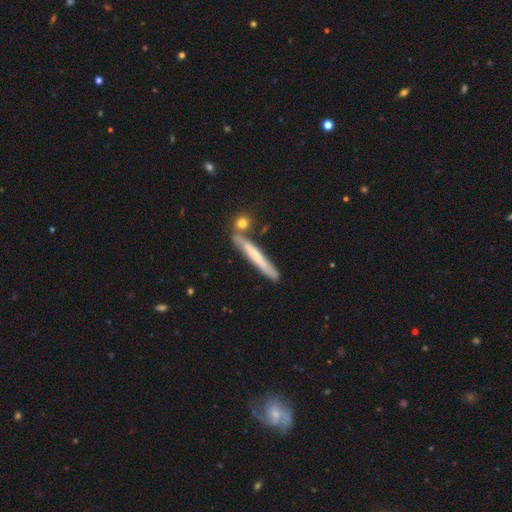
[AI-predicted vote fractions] This appears to be a smooth galaxy with no disk features (49%). Merging: none (74%).